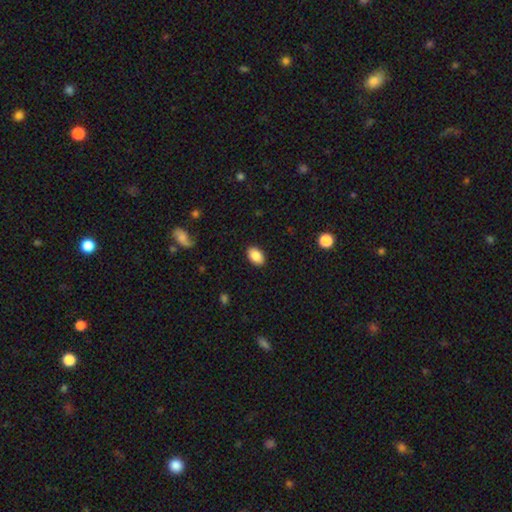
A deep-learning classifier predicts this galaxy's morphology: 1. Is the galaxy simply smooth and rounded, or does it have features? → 88% smooth, 7% star or artifact, 5% featured or disk.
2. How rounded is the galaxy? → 90% in between, 9% round, 1% cigar-shaped.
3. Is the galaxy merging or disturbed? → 89% none, 8% minor disturbance, 2% major disturbance, 1% merger.